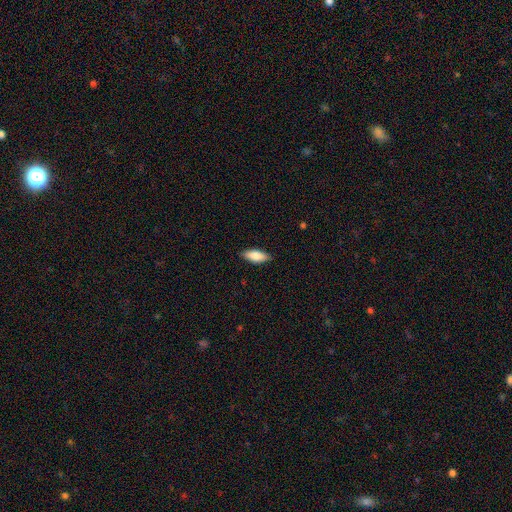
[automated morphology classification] Overall: smooth (83%). How rounded: in between (78%). Merging: none (87%).